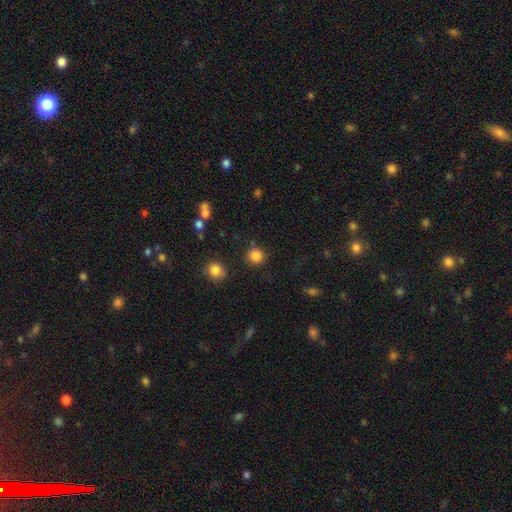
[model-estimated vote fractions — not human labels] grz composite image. It shows a smooth galaxy with no disk features (84%) that is round (89%). Merging: none (85%).